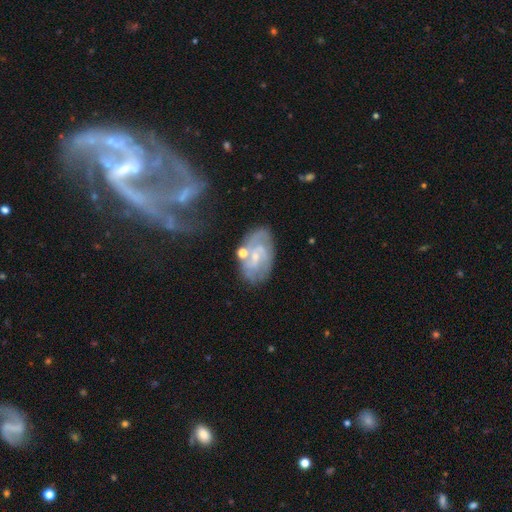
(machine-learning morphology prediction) Smooth or featured? featured or disk (76%)
Edge-on disk? no (97%)
Bar? weak (46%)
Spiral arms? yes (89%)
Spiral winding? medium (43%)
Spiral arm count? 2 (44%)
Bulge size? small (68%)
Merging? none (63%)